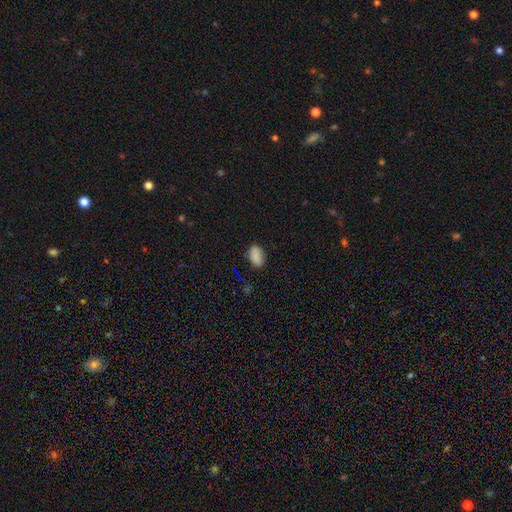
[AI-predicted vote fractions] The model was most divided on "merging": none: 81%, minor disturbance: 14%, major disturbance: 3%, merger: 1%. More confident: how rounded — in between (92%); smooth or featured — smooth (86%).